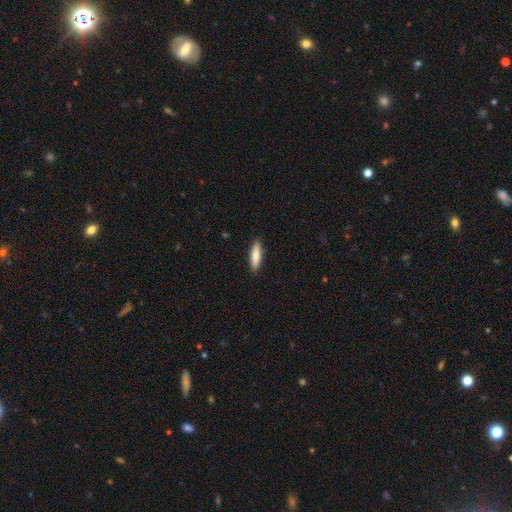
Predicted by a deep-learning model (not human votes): A smooth galaxy with no disk features (79%) that is cigar-shaped (67%).

Vote fractions:
- Smooth or featured? smooth: 79% / featured or disk: 15% / star or artifact: 6%
- How rounded? cigar-shaped: 67% / in between: 31% / round: 2%
- Merging? none: 89% / minor disturbance: 8% / major disturbance: 2% / merger: 1%